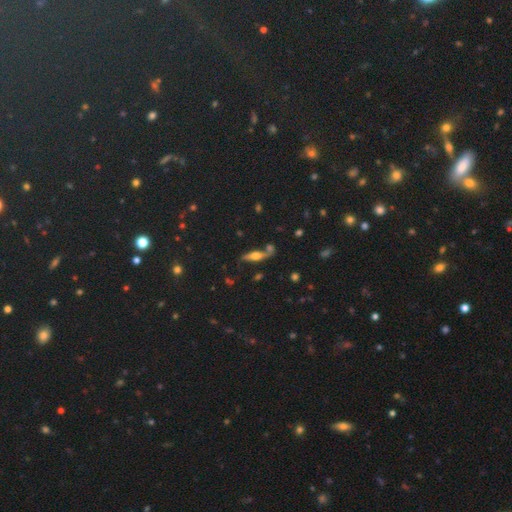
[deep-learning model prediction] Overall: featured or disk (52%; smooth 37%). Edge-on disk: yes (81%). Merging: none (64%).